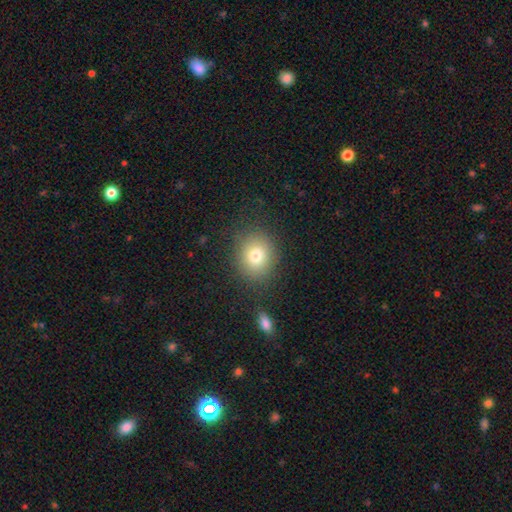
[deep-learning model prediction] This is likely a smooth galaxy (76%). How rounded: likely round (72%). Merging: clearly none (84%).